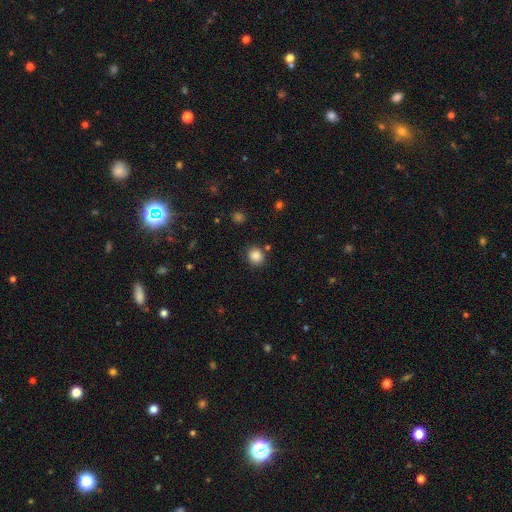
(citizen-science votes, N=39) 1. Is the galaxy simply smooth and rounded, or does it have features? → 90% smooth, 8% star or artifact, 3% featured or disk.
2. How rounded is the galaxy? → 91% round, 9% in between, 0% cigar-shaped.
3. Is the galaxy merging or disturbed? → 89% none, 8% minor disturbance, 3% merger, 0% major disturbance.